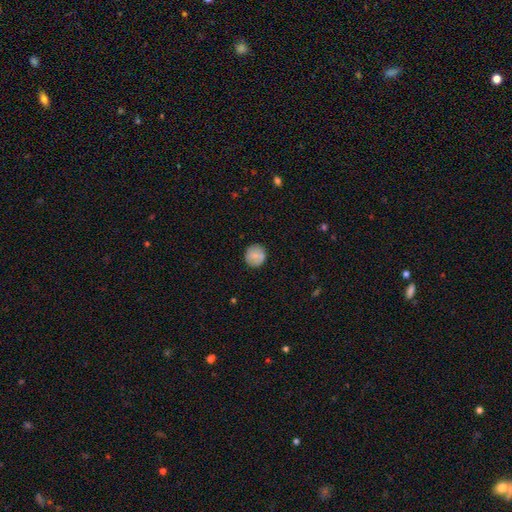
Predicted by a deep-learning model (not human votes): Smooth or featured: smooth — 80% (featured or disk — 12%)
How rounded: round — 90% (in between — 9%)
Merging: none — 87% (minor disturbance — 9%)